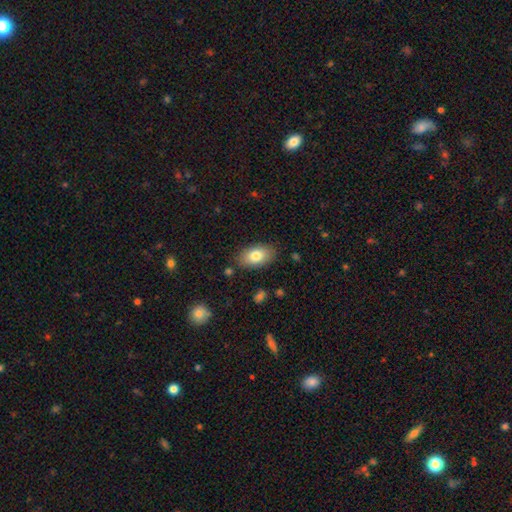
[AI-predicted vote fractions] A smooth galaxy with no disk features (79%) that is in between round and cigar-shaped (92%).

Vote fractions:
- Smooth or featured? smooth: 79% / featured or disk: 14% / star or artifact: 7%
- How rounded? in between: 92% / round: 6% / cigar-shaped: 2%
- Merging? none: 84% / minor disturbance: 11% / major disturbance: 3% / merger: 2%